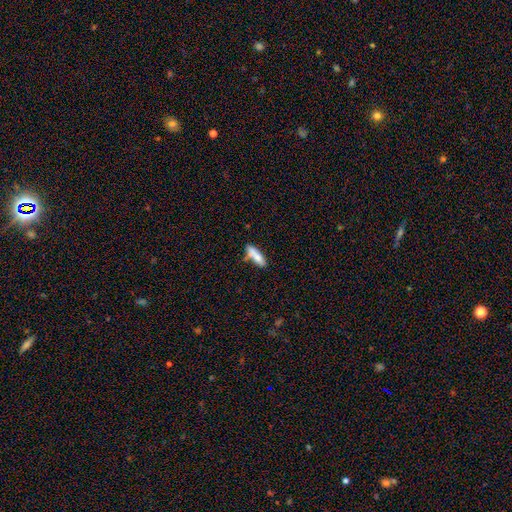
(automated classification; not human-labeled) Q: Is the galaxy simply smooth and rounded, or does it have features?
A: smooth — 79%.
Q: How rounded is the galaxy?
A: cigar-shaped — 59%.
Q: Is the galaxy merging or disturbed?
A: none — 59%.